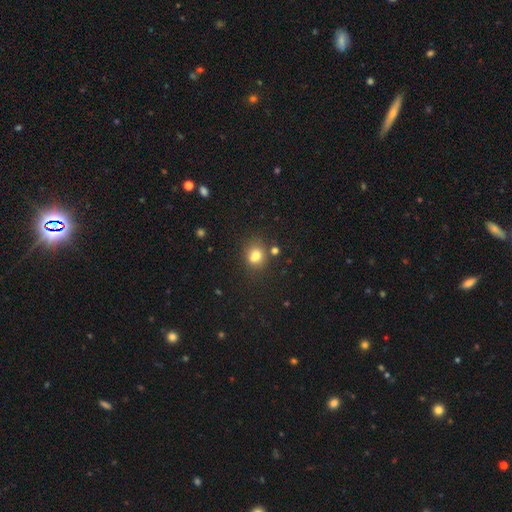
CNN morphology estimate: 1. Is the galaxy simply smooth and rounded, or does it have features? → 74% smooth, 14% star or artifact, 12% featured or disk.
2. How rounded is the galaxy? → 66% round, 33% in between, 1% cigar-shaped.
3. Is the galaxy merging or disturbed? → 56% none, 25% merger, 14% minor disturbance, 5% major disturbance.